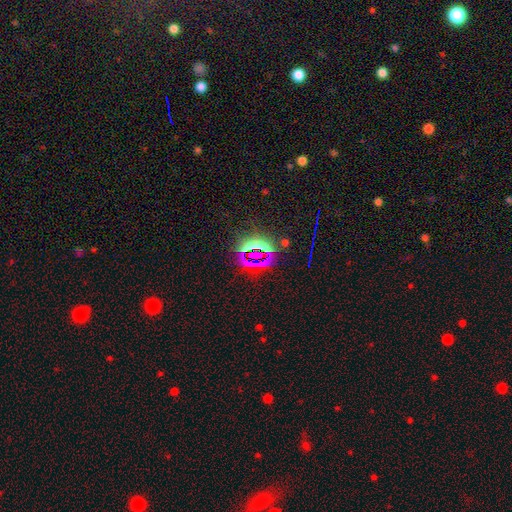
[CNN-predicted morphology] star or artifact 77%, smooth 15%, featured or disk 9%.